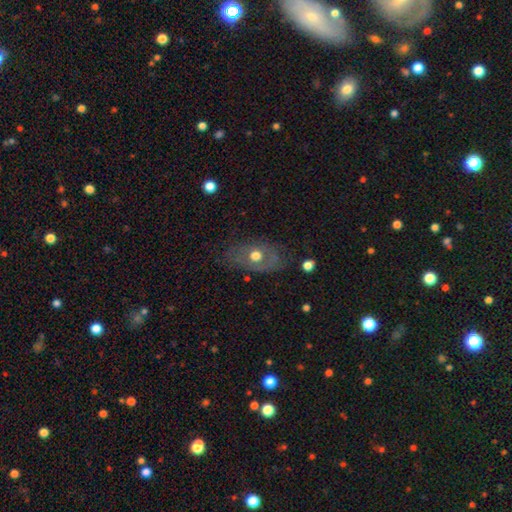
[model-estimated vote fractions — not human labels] Overall: featured or disk (51%; smooth 41%). Edge-on disk: no (90%). Merging: none (66%).